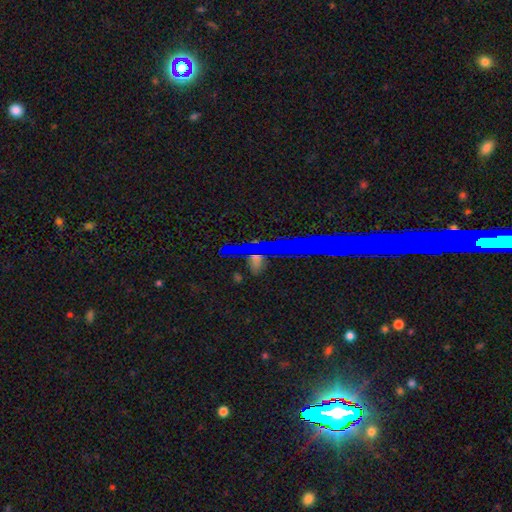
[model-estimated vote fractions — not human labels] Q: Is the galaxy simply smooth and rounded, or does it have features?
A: star or artifact — 55%.